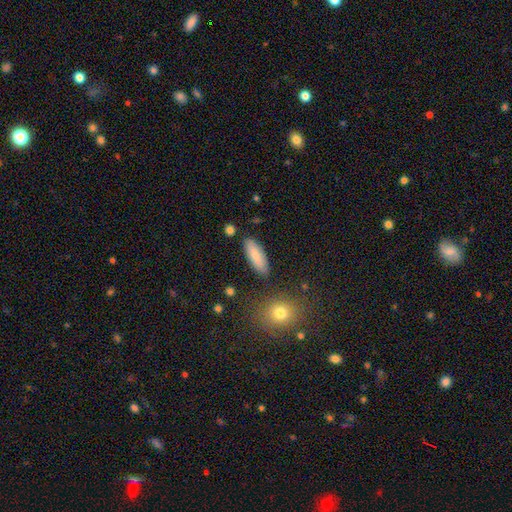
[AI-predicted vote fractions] Smooth or featured? smooth (85%)
How rounded? in between (66%)
Merging? none (84%)